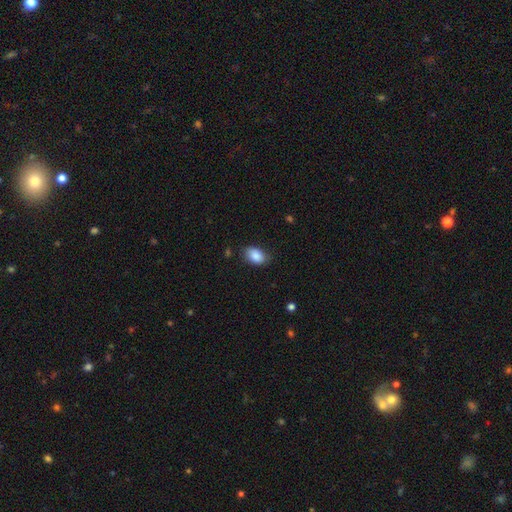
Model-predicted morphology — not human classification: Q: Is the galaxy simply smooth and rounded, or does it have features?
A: smooth — 88%.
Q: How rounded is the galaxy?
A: in between — 87%.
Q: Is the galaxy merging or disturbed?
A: none — 78%.